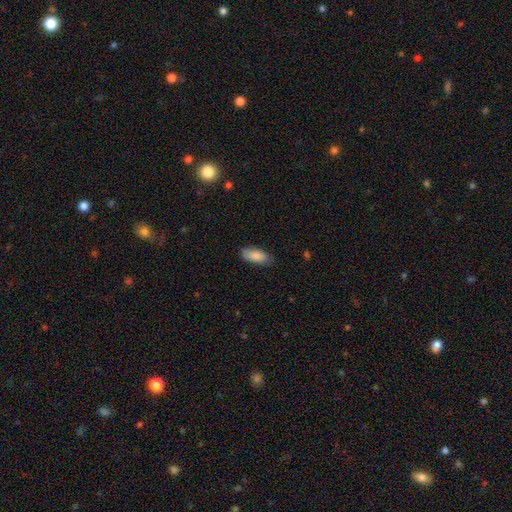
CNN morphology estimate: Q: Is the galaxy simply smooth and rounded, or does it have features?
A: smooth — 87%.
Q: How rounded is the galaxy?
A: in between — 83%.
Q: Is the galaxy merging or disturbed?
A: none — 80%.